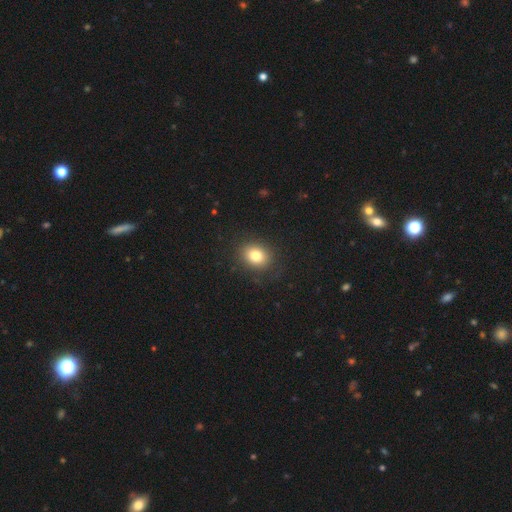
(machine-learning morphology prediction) smooth_or_featured: smooth (p=0.81) [alt: star or artifact p=0.11]
how_rounded: round (p=0.52) [alt: in between p=0.47]
merging: none (p=0.86) [alt: minor disturbance p=0.10]